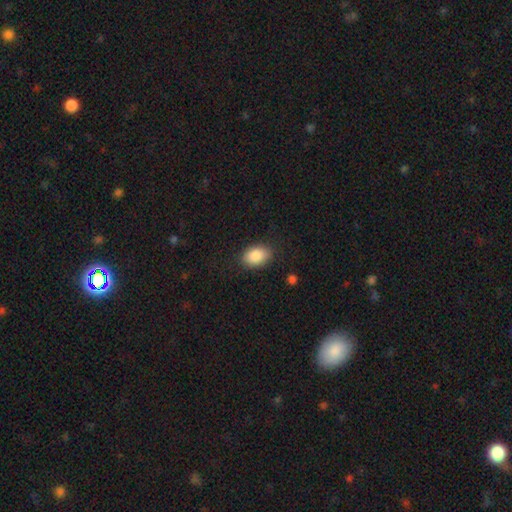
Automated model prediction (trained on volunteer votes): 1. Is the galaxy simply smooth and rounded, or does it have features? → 88% smooth, 7% star or artifact, 5% featured or disk.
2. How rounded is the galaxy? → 84% in between, 15% round, 1% cigar-shaped.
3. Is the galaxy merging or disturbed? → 84% none, 12% minor disturbance, 3% major disturbance, 1% merger.